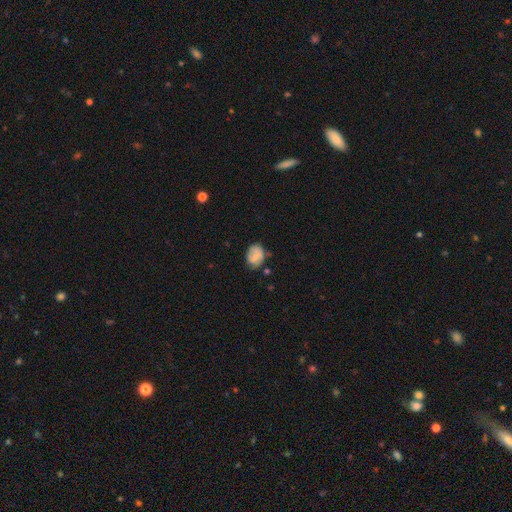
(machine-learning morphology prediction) Q: Smooth or featured?
A: smooth (66%); runner-up: featured or disk (24%)
Q: How rounded?
A: in between (67%); runner-up: round (32%)
Q: Merging?
A: none (59%); runner-up: minor disturbance (29%)